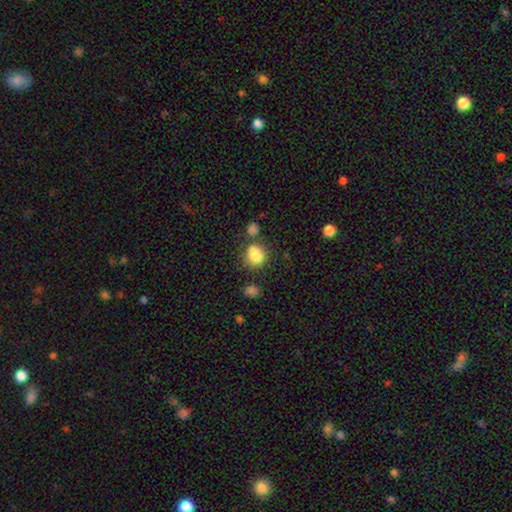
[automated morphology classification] This appears to be a smooth galaxy with no disk features (80%) that is round (71%). Merging: none (52%).